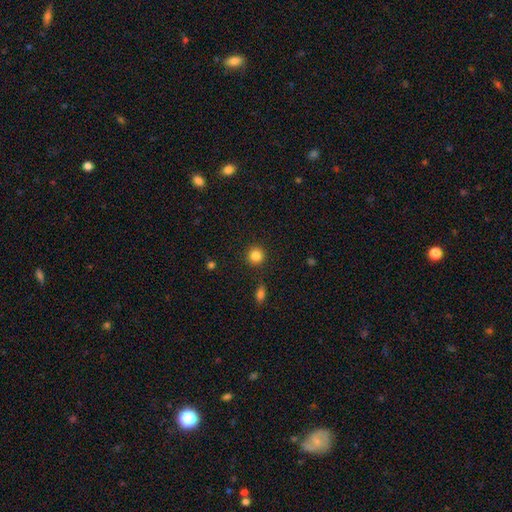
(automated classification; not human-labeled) smooth-or-featured: smooth: 84% | star or artifact: 11% | featured or disk: 5%
  how-rounded: round: 94% | in between: 5% | cigar-shaped: 1%
  merging: none: 91% | minor disturbance: 5% | major disturbance: 2% | merger: 2%